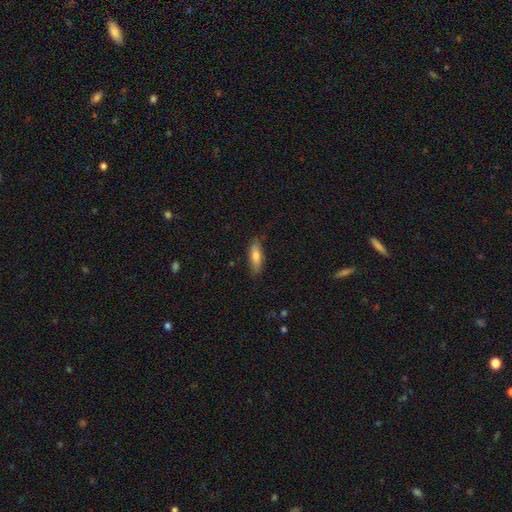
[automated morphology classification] Smooth or featured?
  - smooth: 74% *
  - featured or disk: 20%
  - star or artifact: 6%
How rounded?
  - in between: 54% *
  - cigar-shaped: 44%
  - round: 2%
Merging?
  - none: 78% *
  - minor disturbance: 18%
  - major disturbance: 3%
  - merger: 1%